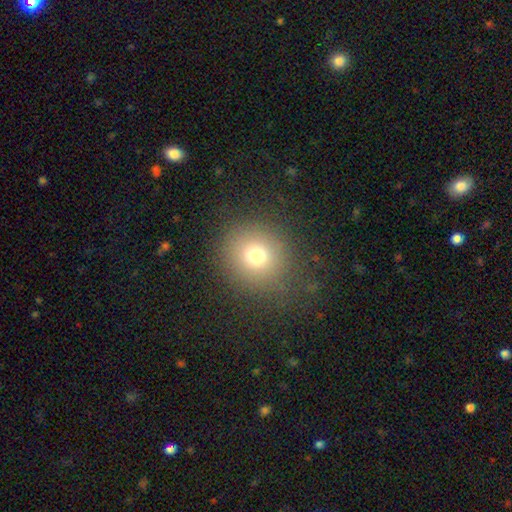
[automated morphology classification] smooth_or_featured: smooth (p=0.74) [alt: star or artifact p=0.16]
how_rounded: round (p=0.88) [alt: in between p=0.11]
merging: none (p=0.82) [alt: minor disturbance p=0.10]